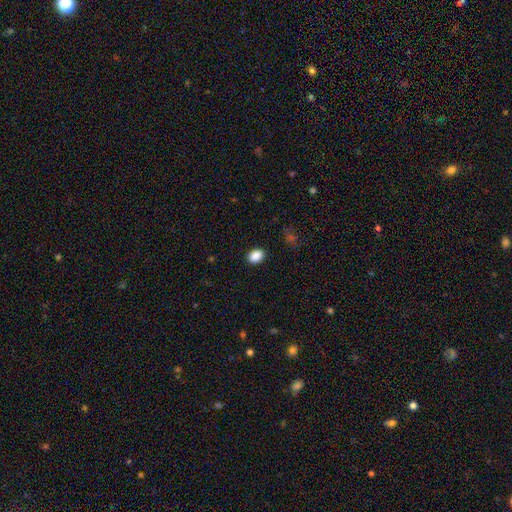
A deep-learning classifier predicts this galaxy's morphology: type=smooth (89%); roundness=in between (78%); merging=none (89%).